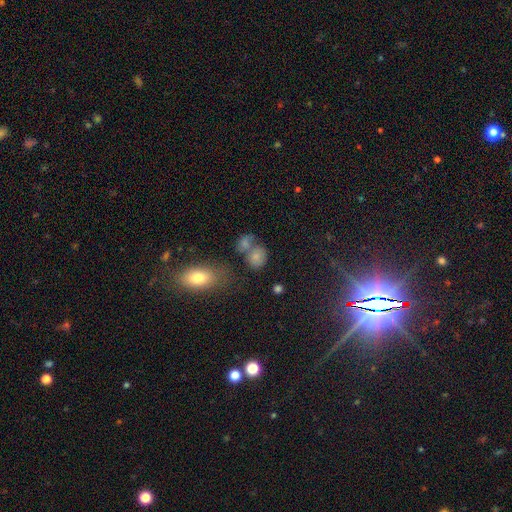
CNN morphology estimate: smooth-or-featured: smooth: 75% | star or artifact: 13% | featured or disk: 12%
  how-rounded: round: 54% | in between: 44% | cigar-shaped: 2%
  merging: none: 41% | merger: 38% | minor disturbance: 13% | major disturbance: 7%